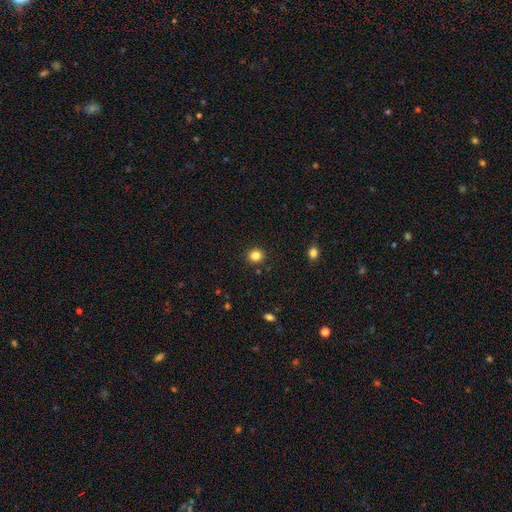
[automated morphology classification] This appears to be a smooth galaxy with no disk features (83%) that is round (88%). Merging: none (91%).